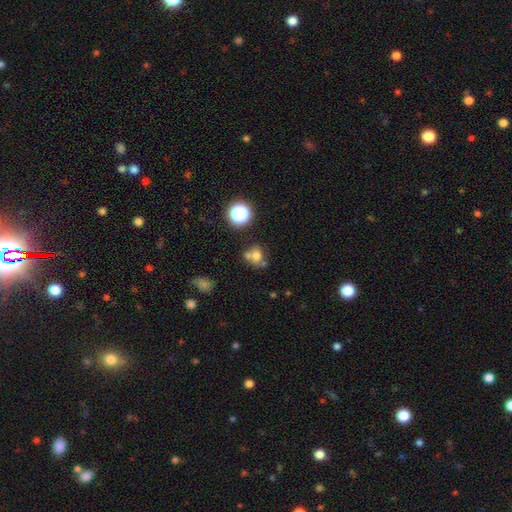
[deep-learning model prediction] Overall: smooth (68%). How rounded: round (66%; in between 33%). Merging: none (46%; merger 34%).